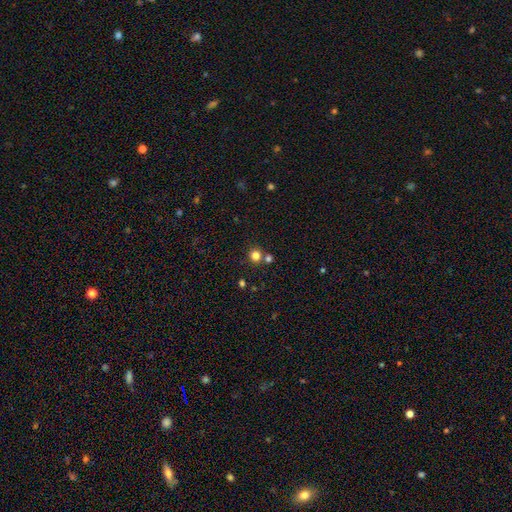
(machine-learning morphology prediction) A smooth galaxy with no disk features (80%) that is round (92%). Merging: none (72%).